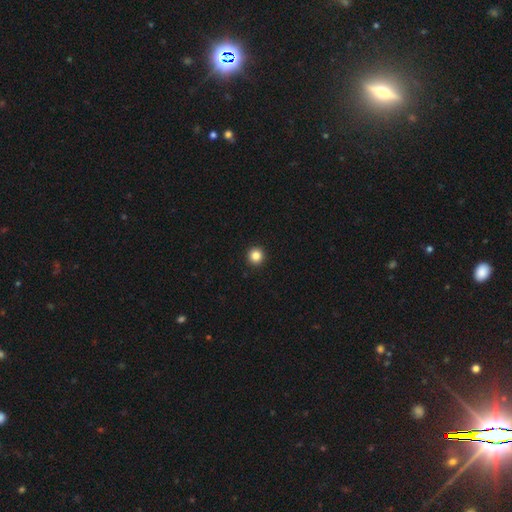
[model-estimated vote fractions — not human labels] Smooth or featured? Predicted: smooth (p=0.85). How rounded? Predicted: round (p=0.96). Merging? Predicted: none (p=0.94).